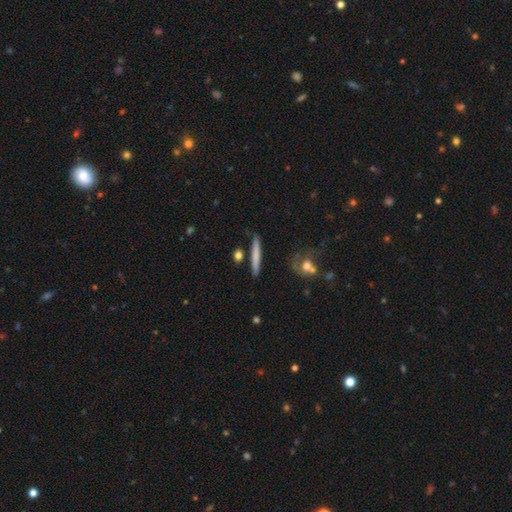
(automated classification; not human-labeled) The model was most divided on "smooth or featured": smooth: 70%, featured or disk: 24%, star or artifact: 6%. More confident: how rounded — cigar-shaped (93%); merging — none (85%).